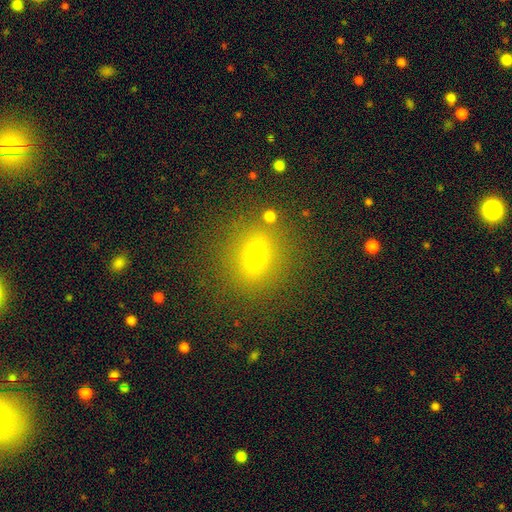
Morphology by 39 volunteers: This is likely a smooth galaxy (62%). How rounded: likely in between (62%). Merging: clearly none (83%).